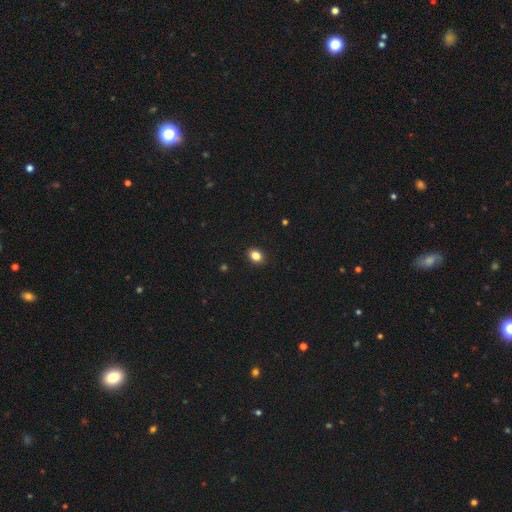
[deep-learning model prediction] A smooth galaxy with no disk features (85%) that is in between round and cigar-shaped (60%). Merging: none (91%).